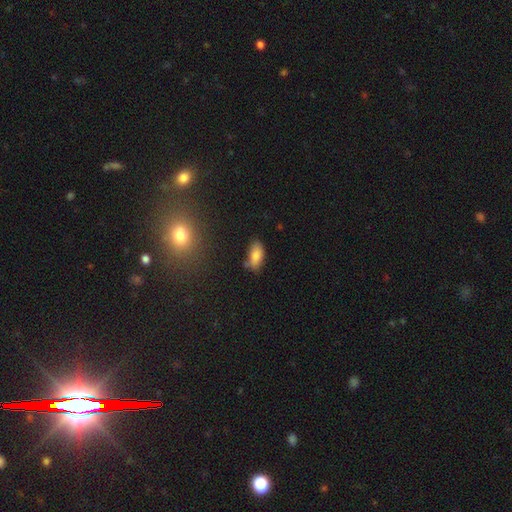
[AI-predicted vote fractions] smooth 81%, featured or disk 10%, star or artifact 9%. Down the decision tree: how rounded — in between (89%); merging — none (64%).